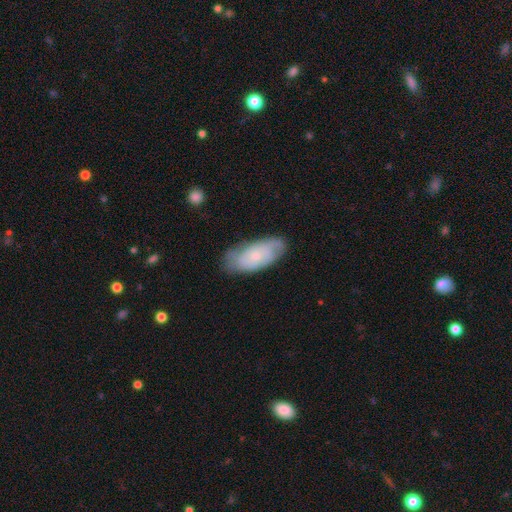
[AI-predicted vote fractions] A featured or disk galaxy (48%).

Vote fractions:
- Smooth or featured? featured or disk: 48% / smooth: 46% / star or artifact: 6%
- Merging? none: 67% / minor disturbance: 25% / major disturbance: 6% / merger: 2%